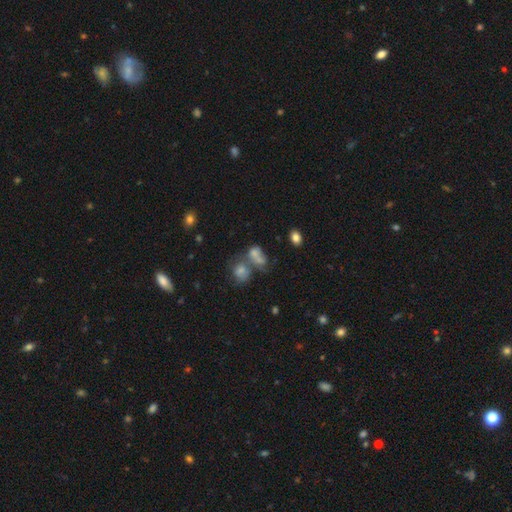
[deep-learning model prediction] This is likely a smooth galaxy (64%). How rounded: likely in between (65%). Merging: possibly merger (52%).